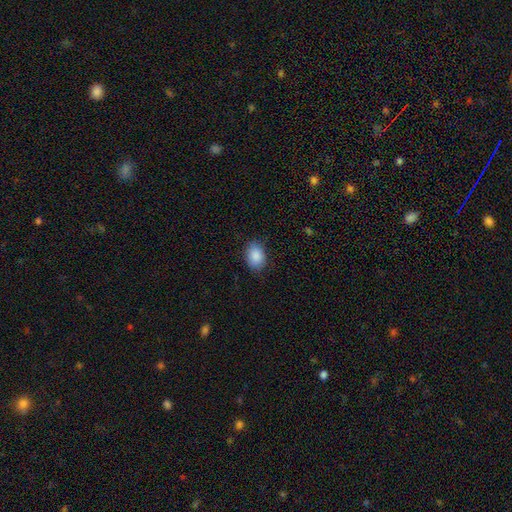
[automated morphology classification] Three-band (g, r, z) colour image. It shows a smooth galaxy with no disk features (89%) that is in between round and cigar-shaped (75%). Merging: none (85%).